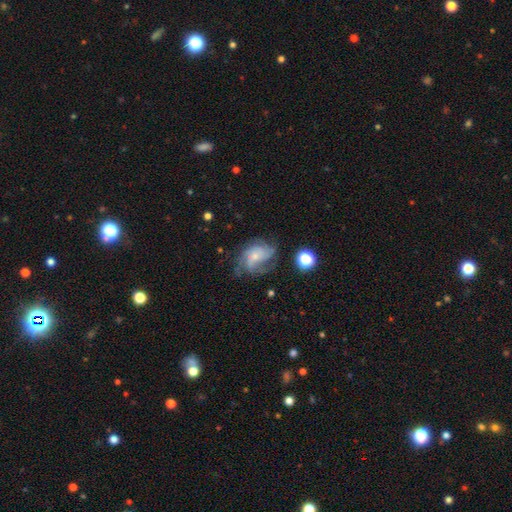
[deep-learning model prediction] smooth_or_featured: featured or disk (p=0.69) [alt: smooth p=0.21]
disk_edge_on: no (p=0.97) [alt: yes p=0.03]
bar: no (p=0.75) [alt: weak p=0.21]
has_spiral_arms: yes (p=0.87) [alt: no p=0.13]
spiral_winding: medium (p=0.41) [alt: tight p=0.37]
spiral_arm_count: can't tell (p=0.36) [alt: 3 p=0.22]
bulge_size: small (p=0.68) [alt: moderate p=0.23]
merging: none (p=0.53) [alt: minor disturbance p=0.24]